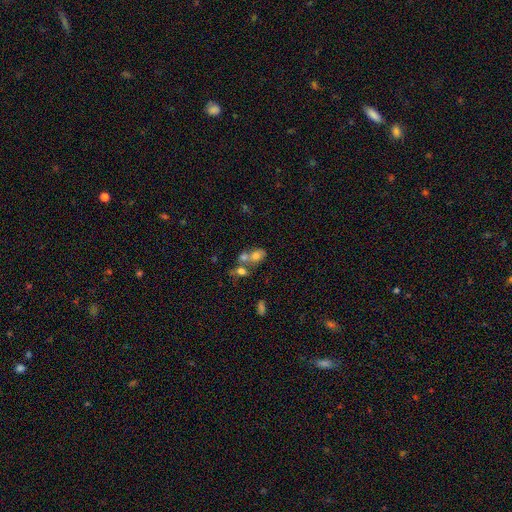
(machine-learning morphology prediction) smooth-or-featured: smooth: 65% | featured or disk: 22% | star or artifact: 13%
  how-rounded: in between: 63% | round: 35% | cigar-shaped: 2%
  merging: merger: 60% | none: 24% | minor disturbance: 9% | major disturbance: 6%